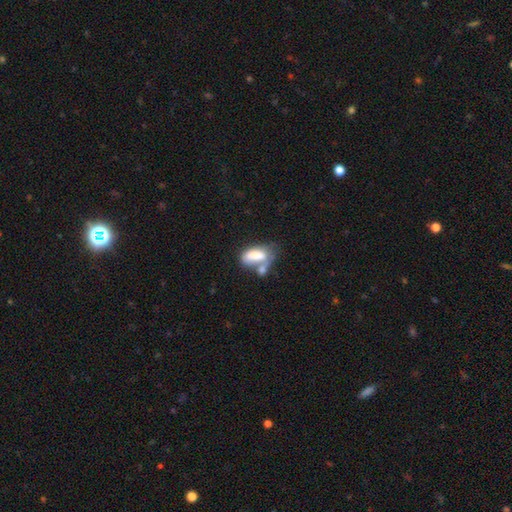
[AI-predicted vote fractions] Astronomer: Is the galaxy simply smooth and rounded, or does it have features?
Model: smooth — 69%.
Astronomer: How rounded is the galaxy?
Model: in between — 89%.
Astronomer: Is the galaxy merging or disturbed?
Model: merger — 50%.